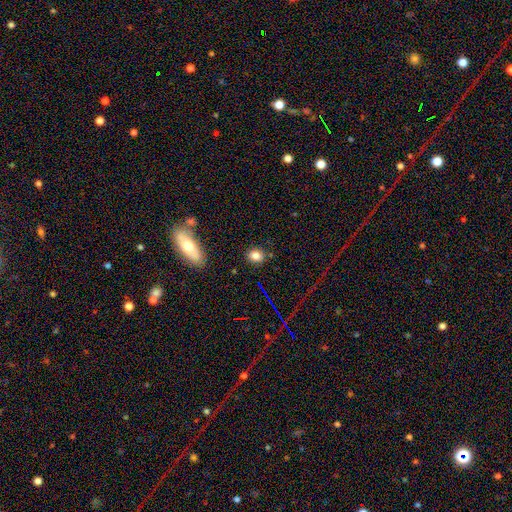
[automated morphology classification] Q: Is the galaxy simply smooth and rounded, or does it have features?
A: smooth — 81%.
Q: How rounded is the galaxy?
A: round — 53%.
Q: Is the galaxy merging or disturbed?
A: none — 85%.